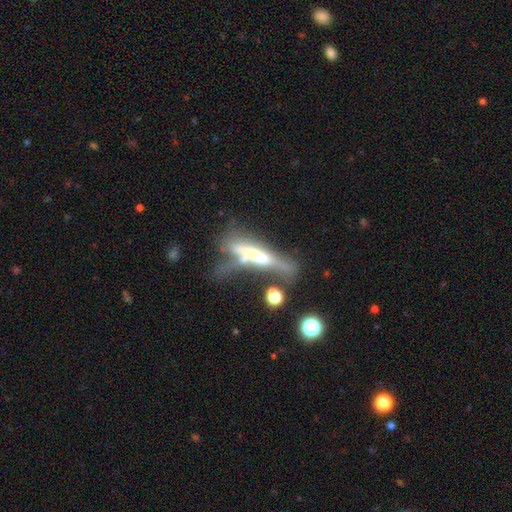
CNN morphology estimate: featured or disk 61%, smooth 29%, star or artifact 10%. Down the decision tree: edge-on disk — yes (72%); merging — merger (32%).